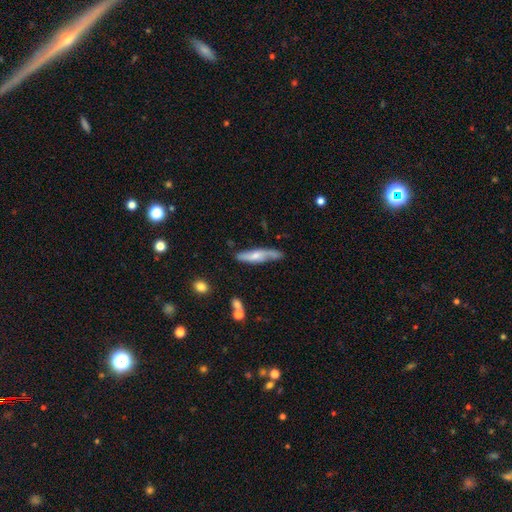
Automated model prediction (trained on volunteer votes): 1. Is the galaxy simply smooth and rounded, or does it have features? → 51% featured or disk, 43% smooth, 6% star or artifact.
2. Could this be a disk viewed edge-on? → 50% yes (tied), 50% no (tied).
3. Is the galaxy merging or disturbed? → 58% none, 29% minor disturbance, 9% major disturbance, 4% merger.